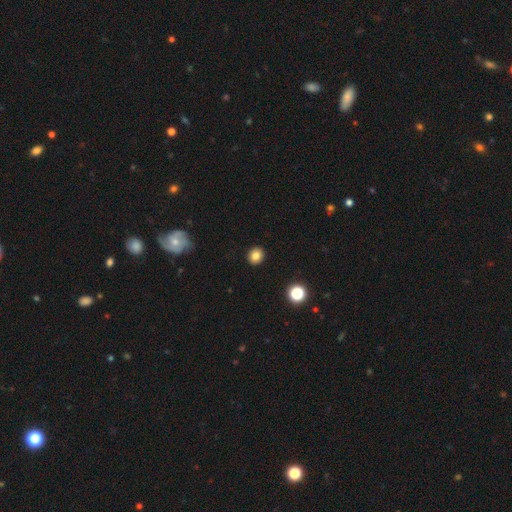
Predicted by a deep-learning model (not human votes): Overall: smooth (82%). How rounded: round (76%). Merging: none (92%).